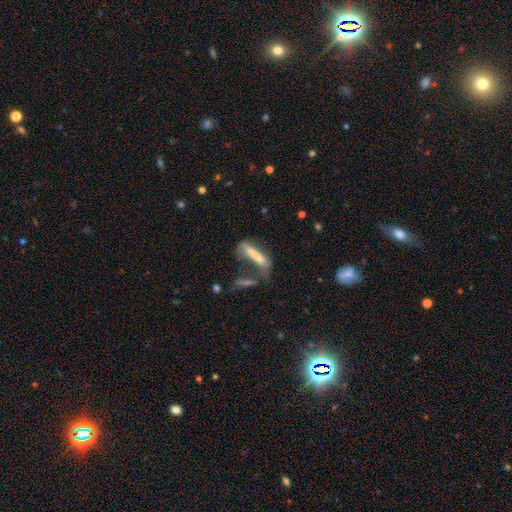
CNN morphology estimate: Smooth or featured?
  - smooth: 64% *
  - featured or disk: 27%
  - star or artifact: 10%
How rounded?
  - cigar-shaped: 81% *
  - in between: 17%
  - round: 2%
Merging?
  - major disturbance: 30% *
  - none: 29%
  - merger: 24%
  - minor disturbance: 18%